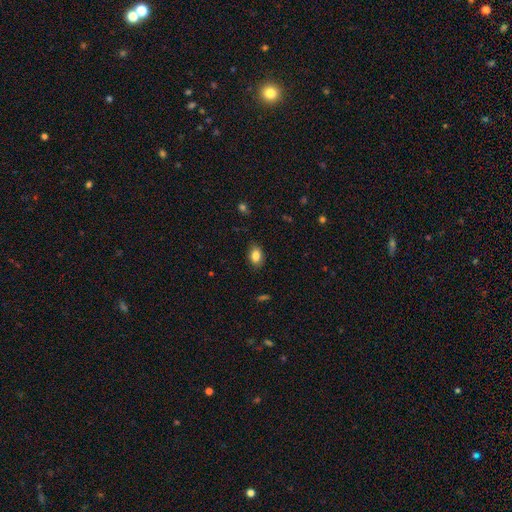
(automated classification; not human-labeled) smooth 85%, star or artifact 9%, featured or disk 6%. Down the decision tree: how rounded — in between (83%); merging — none (85%).